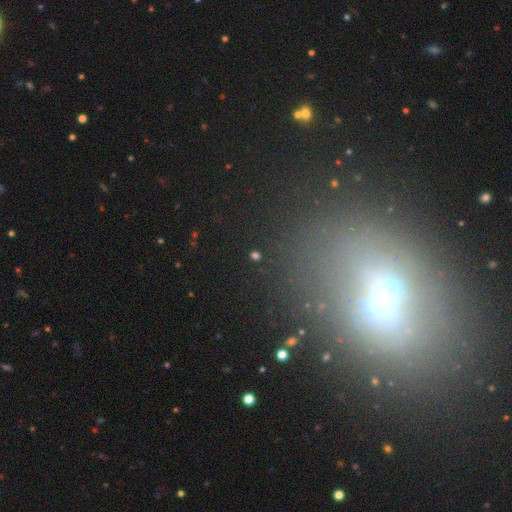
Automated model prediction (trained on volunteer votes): Smooth or featured? star or artifact (57%)